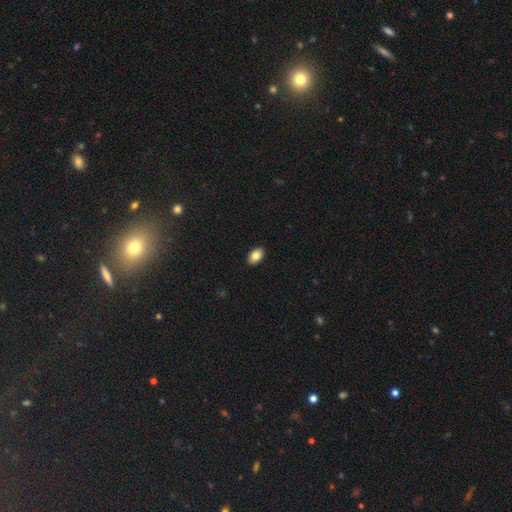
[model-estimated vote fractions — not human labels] Overall: smooth (85%). How rounded: in between (89%). Merging: none (91%).